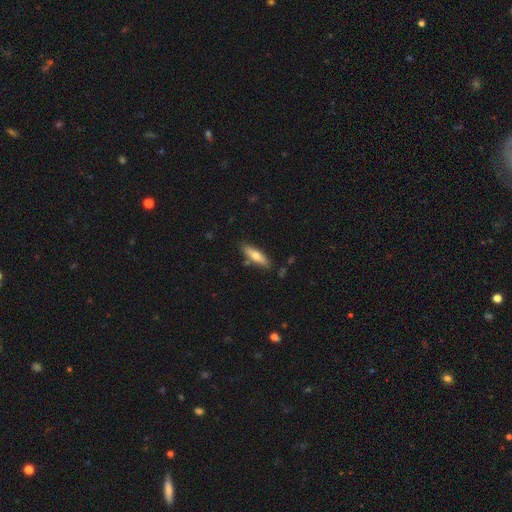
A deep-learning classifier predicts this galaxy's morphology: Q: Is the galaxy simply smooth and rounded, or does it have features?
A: smooth — 62%.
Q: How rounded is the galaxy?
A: cigar-shaped — 62%.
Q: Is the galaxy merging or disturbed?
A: none — 82%.